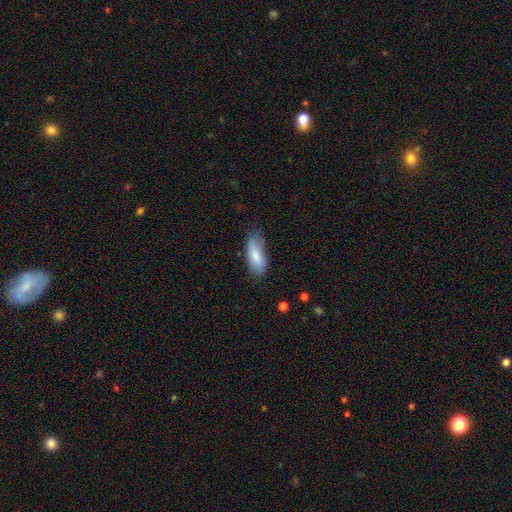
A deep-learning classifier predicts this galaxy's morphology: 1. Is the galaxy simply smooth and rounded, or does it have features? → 82% smooth, 12% featured or disk, 6% star or artifact.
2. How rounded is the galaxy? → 77% in between, 21% cigar-shaped, 2% round.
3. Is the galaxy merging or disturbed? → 65% none, 27% minor disturbance, 6% major disturbance, 2% merger.